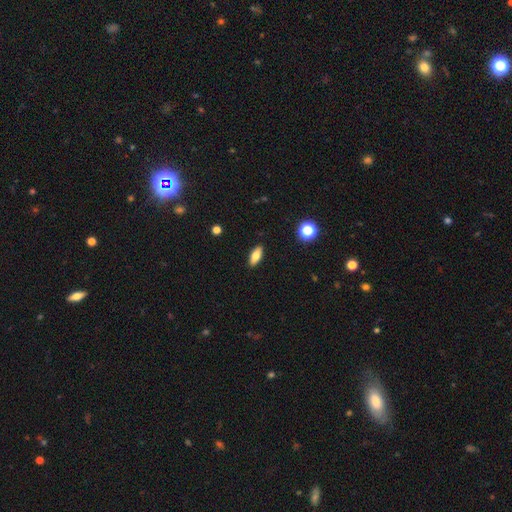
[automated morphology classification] Smooth or featured? smooth (75%)
How rounded? in between (79%)
Merging? none (90%)